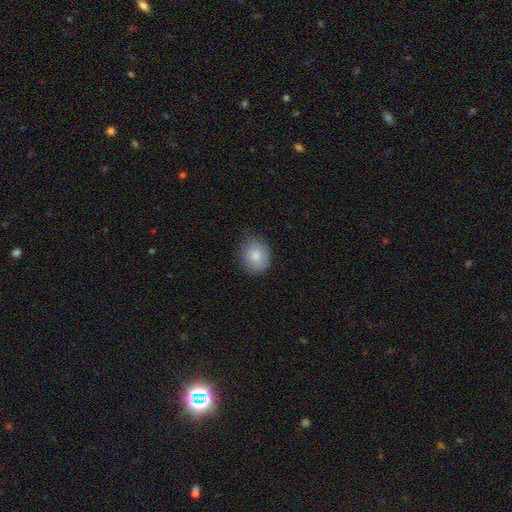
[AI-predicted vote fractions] smooth 83%, featured or disk 9%, star or artifact 7%. Down the decision tree: how rounded — round (54%); merging — none (68%).